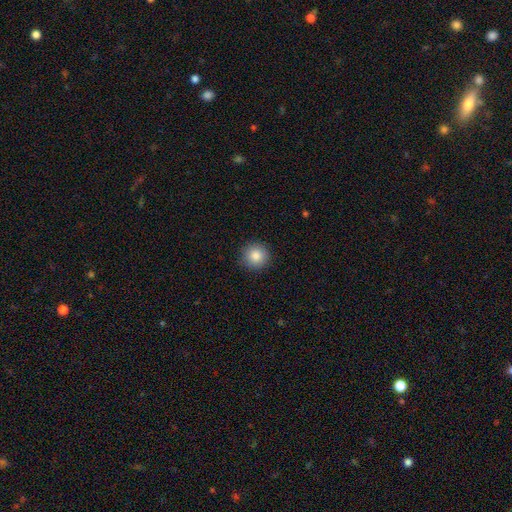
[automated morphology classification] A smooth galaxy with no disk features (86%) that is round (95%).

Vote fractions:
- Smooth or featured? smooth: 86% / star or artifact: 9% / featured or disk: 5%
- How rounded? round: 95% / in between: 5% / cigar-shaped: 1%
- Merging? none: 91% / minor disturbance: 6% / major disturbance: 2% / merger: 1%